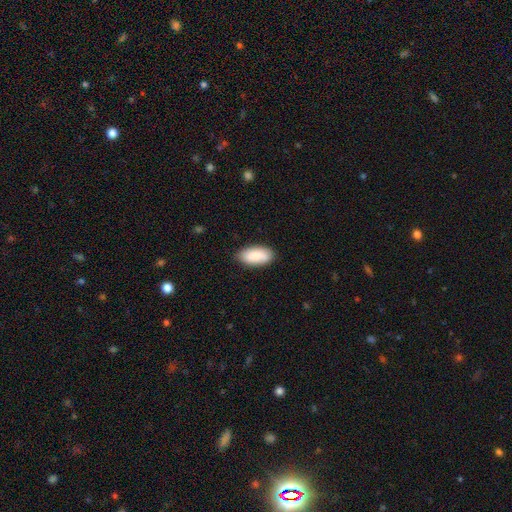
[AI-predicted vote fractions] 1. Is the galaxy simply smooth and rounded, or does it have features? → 87% smooth, 7% featured or disk, 6% star or artifact.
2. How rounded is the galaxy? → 93% in between, 5% cigar-shaped, 2% round.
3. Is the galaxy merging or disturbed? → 83% none, 13% minor disturbance, 2% major disturbance, 1% merger.